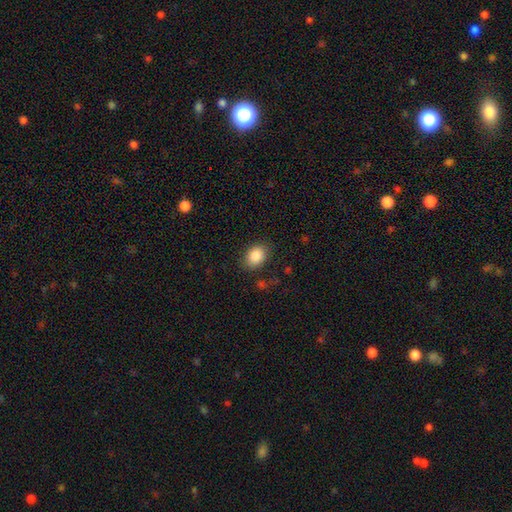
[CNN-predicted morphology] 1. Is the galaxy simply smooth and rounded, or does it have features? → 87% smooth, 8% star or artifact, 5% featured or disk.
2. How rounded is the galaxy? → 73% in between, 26% round, 1% cigar-shaped.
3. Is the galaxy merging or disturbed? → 83% none, 12% minor disturbance, 4% major disturbance, 2% merger.